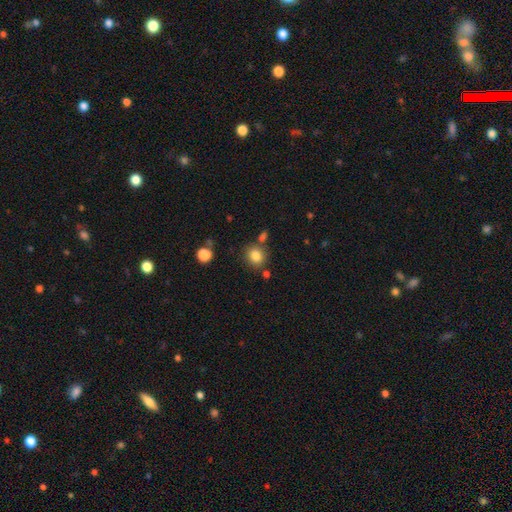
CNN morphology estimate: A smooth galaxy with no disk features (83%) that is round (78%).

Vote fractions:
- Smooth or featured? smooth: 83% / star or artifact: 11% / featured or disk: 6%
- How rounded? round: 78% / in between: 21% / cigar-shaped: 1%
- Merging? none: 76% / minor disturbance: 11% / merger: 9% / major disturbance: 4%